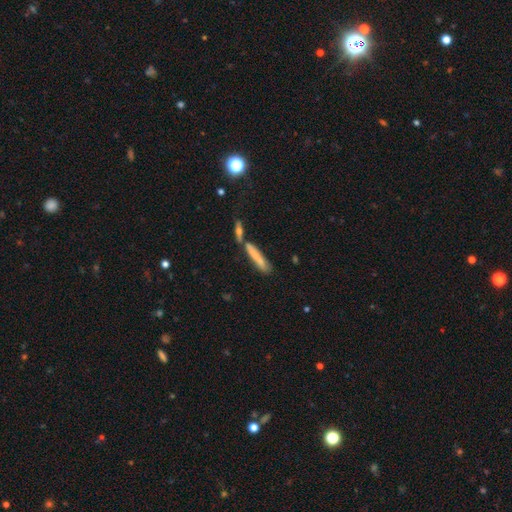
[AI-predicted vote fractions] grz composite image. It shows a smooth galaxy with no disk features (66%) that is cigar-shaped (89%). Merging: none (54%).